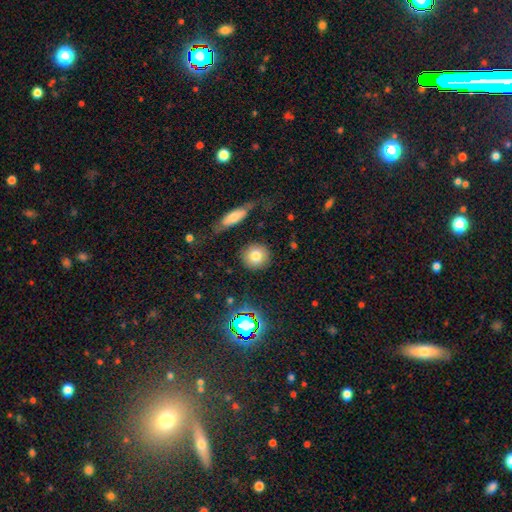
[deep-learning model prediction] Overall: smooth (79%). How rounded: round (87%). Merging: none (86%).